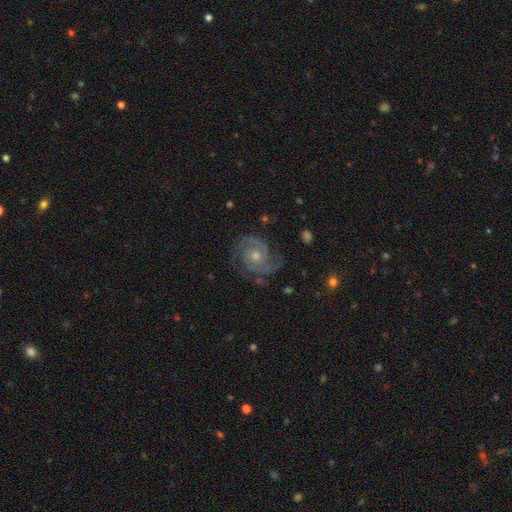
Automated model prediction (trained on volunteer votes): Q: Smooth or featured?
A: featured or disk (89%); runner-up: star or artifact (6%)
Q: Edge-on disk?
A: no (98%); runner-up: yes (2%)
Q: Bar?
A: no (74%); runner-up: weak (21%)
Q: Spiral arms?
A: yes (98%); runner-up: no (2%)
Q: Spiral winding?
A: tight (54%); runner-up: medium (40%)
Q: Spiral arm count?
A: 2 (66%); runner-up: 3 (18%)
Q: Bulge size?
A: moderate (55%); runner-up: small (40%)
Q: Merging?
A: none (79%); runner-up: minor disturbance (14%)